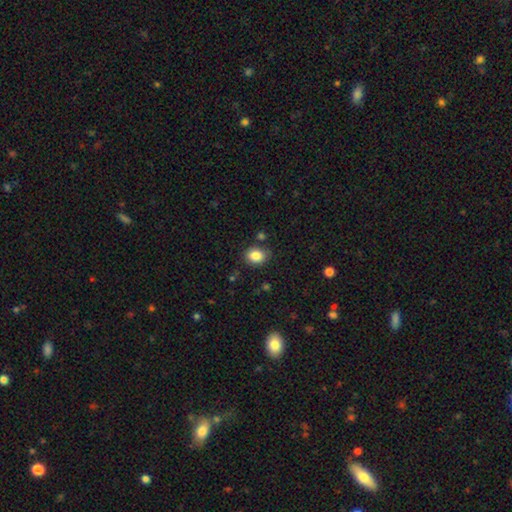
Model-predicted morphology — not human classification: Smooth or featured? Predicted: smooth (p=0.85). How rounded? Predicted: round (p=0.54). Merging? Predicted: none (p=0.82).